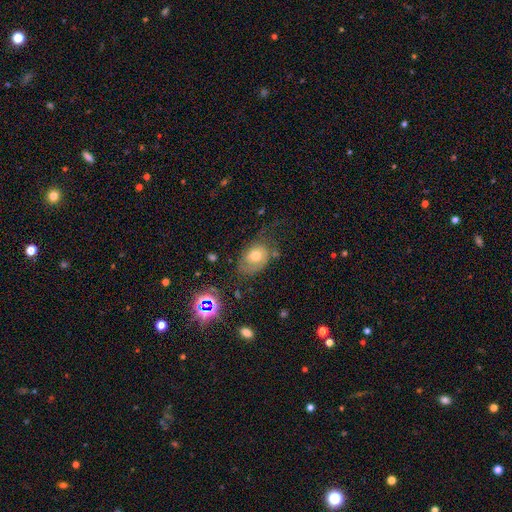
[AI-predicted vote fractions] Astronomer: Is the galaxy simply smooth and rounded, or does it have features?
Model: smooth — 52% (runner-up: featured or disk, 33%).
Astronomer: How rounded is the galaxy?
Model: in between — 70%.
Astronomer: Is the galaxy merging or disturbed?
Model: none — 45% (runner-up: minor disturbance, 29%).